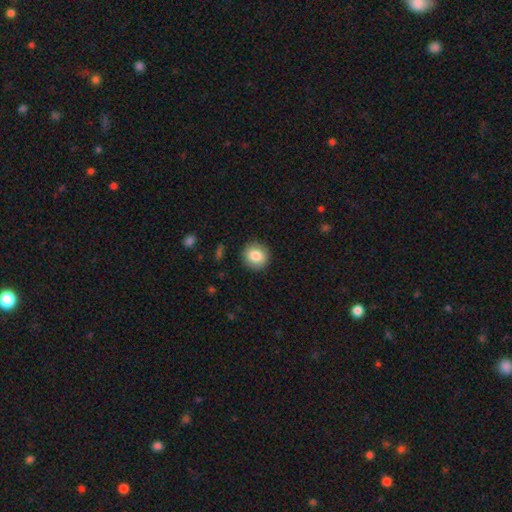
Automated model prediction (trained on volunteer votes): A smooth galaxy with no disk features (83%) that is round (90%).

Vote fractions:
- Smooth or featured? smooth: 83% / star or artifact: 8% / featured or disk: 8%
- How rounded? round: 90% / in between: 9% / cigar-shaped: 1%
- Merging? none: 90% / minor disturbance: 7% / major disturbance: 2% / merger: 1%